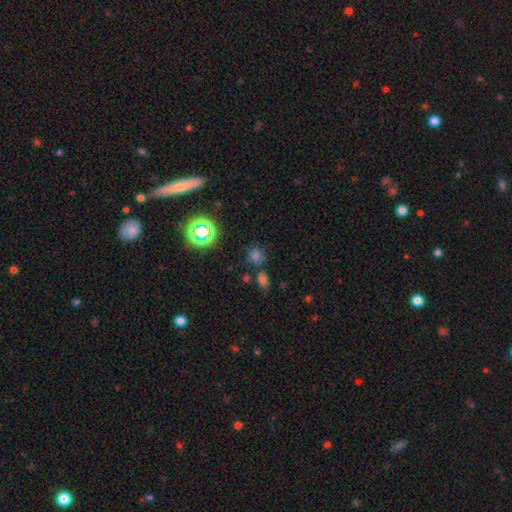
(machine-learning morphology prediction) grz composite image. It shows a smooth galaxy with no disk features (62%) that is round (80%). Merging: none (67%).